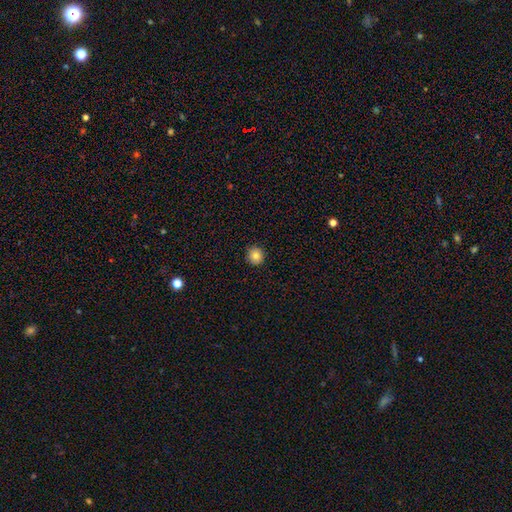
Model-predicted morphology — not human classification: Smooth or featured: smooth — 81% (star or artifact — 10%)
How rounded: round — 92% (in between — 7%)
Merging: none — 92% (minor disturbance — 6%)